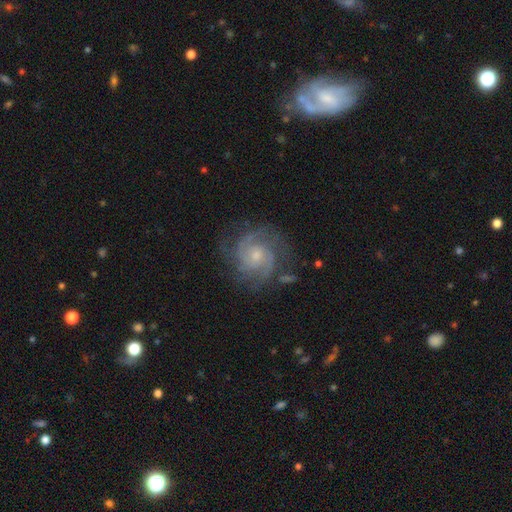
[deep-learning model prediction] A featured or disk galaxy (85%) with no bar (69%), 2 (38%) tight (55%) spiral arms (96%) and a small central bulge (62%).

Vote fractions:
- Smooth or featured? featured or disk: 85% / smooth: 9% / star or artifact: 6%
- Edge-on disk? no: 98% / yes: 2%
- Bar? no: 69% / weak: 27% / strong: 4%
- Spiral arms? yes: 96% / no: 4%
- Spiral winding? tight: 55% / medium: 37% / loose: 8%
- Spiral arm count? 2: 38% / 3: 26% / can't tell: 18% / 4: 8% / 1: 5% / more than 4: 5%
- Bulge size? small: 62% / moderate: 32% / none: 3% / large: 2% / dominant: 1%
- Merging? none: 71% / minor disturbance: 17% / major disturbance: 9% / merger: 2%